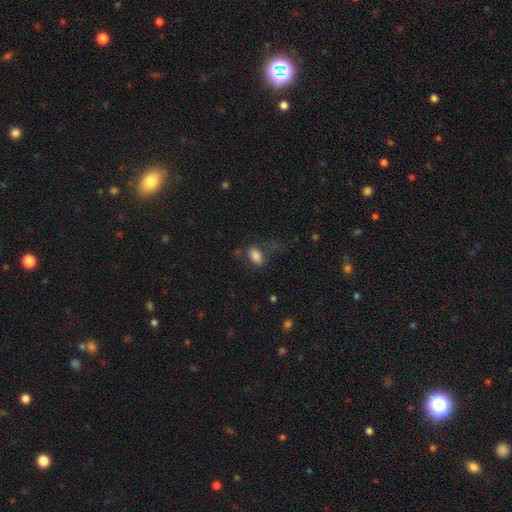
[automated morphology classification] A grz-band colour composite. It shows a smooth galaxy with no disk features (83%) that is in between round and cigar-shaped (91%). Merging: none (63%).